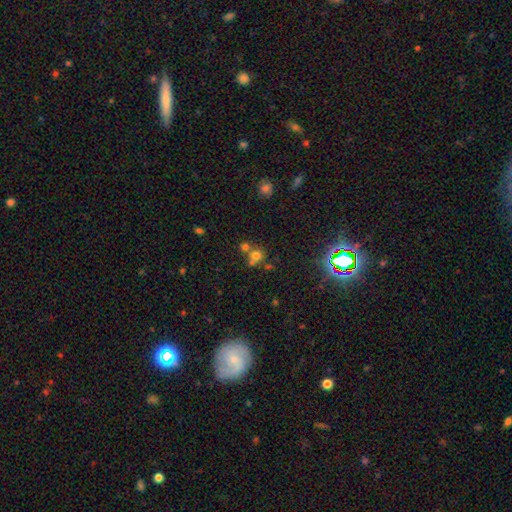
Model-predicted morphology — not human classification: type=smooth (63%); roundness=round (85%); merging=none (47%).